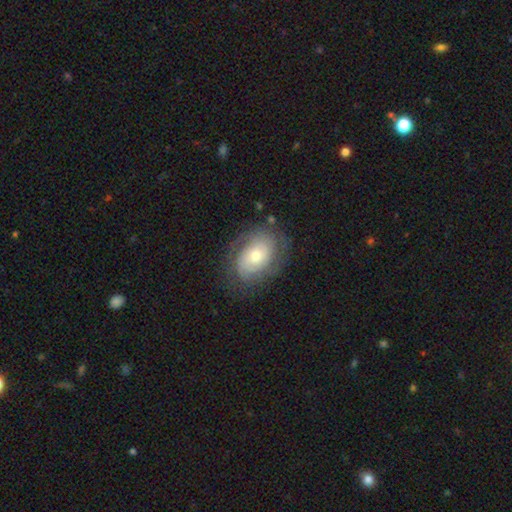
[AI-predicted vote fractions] Morphology: type=featured or disk (56%); edge-on=no (95%); bar=no (80%); spiral arms=yes (76%); bulge=moderate (51%); merging=none (69%).